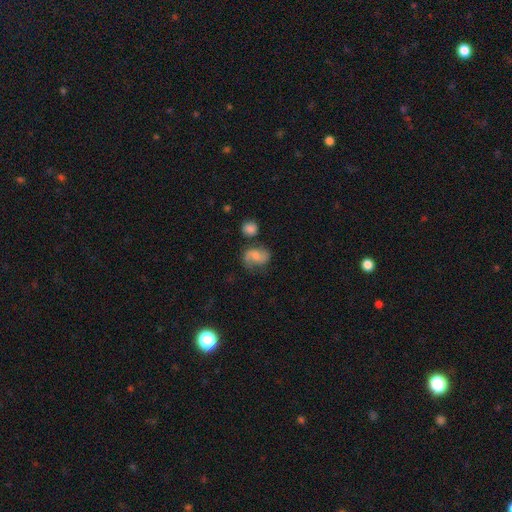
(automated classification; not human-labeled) This appears to be a featured or disk galaxy (61%) with no bar (52%), 2 (86%) medium (45%) spiral arms (91%) and a moderate central bulge (45%). Merging: none (64%).